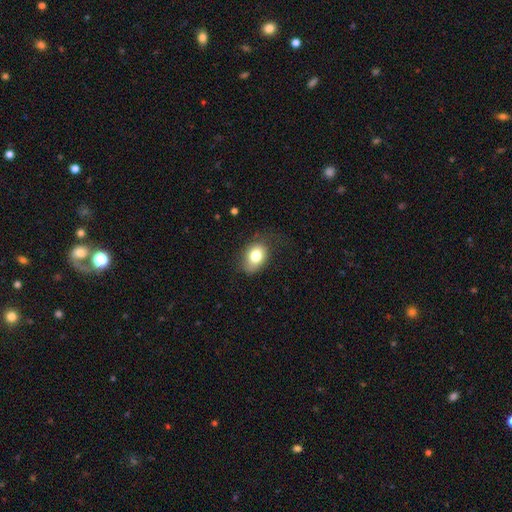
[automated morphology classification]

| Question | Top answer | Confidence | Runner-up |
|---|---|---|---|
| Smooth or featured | smooth | 78% | featured or disk (13%) |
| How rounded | in between | 74% | round (25%) |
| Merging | none | 65% | minor disturbance (24%) |